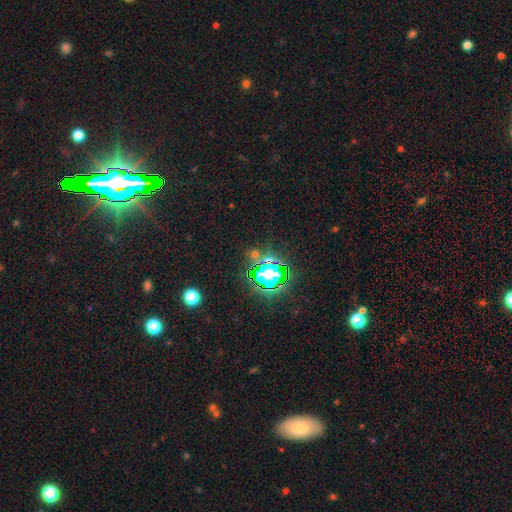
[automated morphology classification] smooth-or-featured: star or artifact: 73% | smooth: 18% | featured or disk: 10%